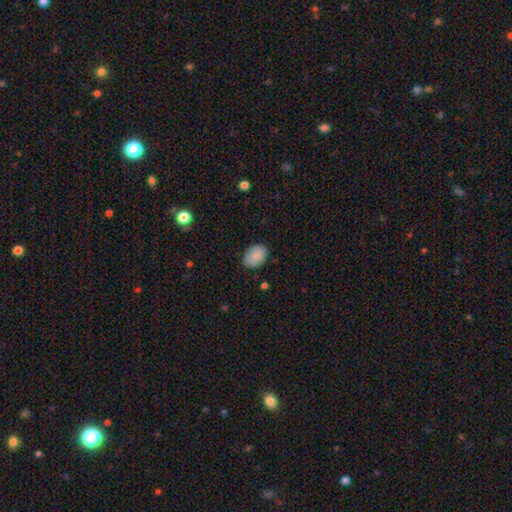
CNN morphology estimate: This appears to be a smooth galaxy with no disk features (86%) that is in between round and cigar-shaped (77%). Merging: none (84%).